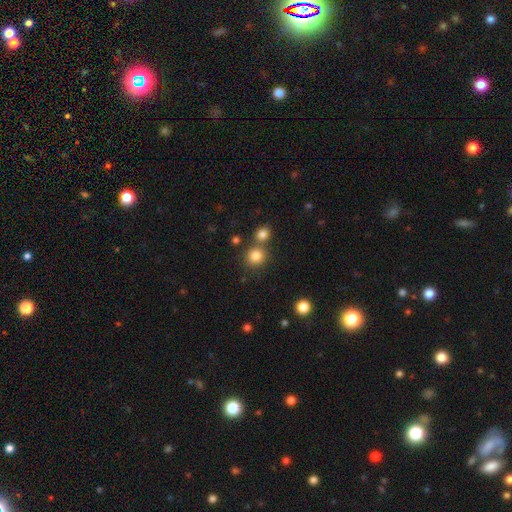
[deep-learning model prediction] This appears to be a smooth galaxy with no disk features (83%) that is round (87%). Merging: none (67%).